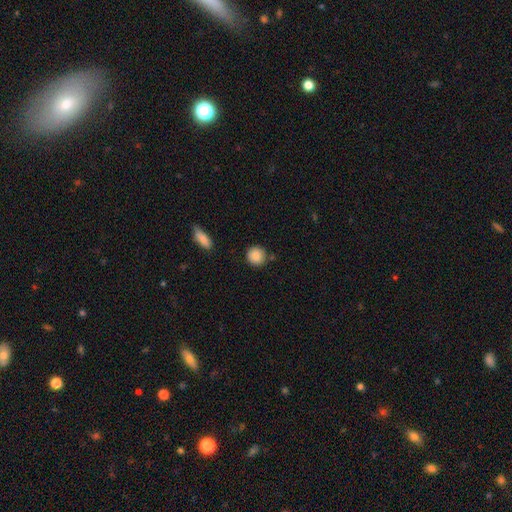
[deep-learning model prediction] Smooth or featured? Predicted: smooth (p=0.87). How rounded? Predicted: round (p=0.89). Merging? Predicted: none (p=0.79).